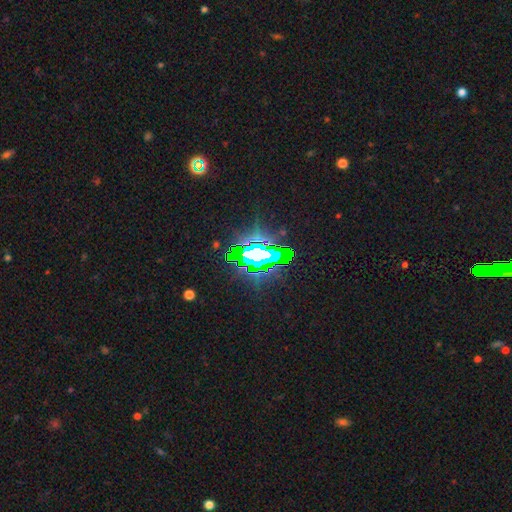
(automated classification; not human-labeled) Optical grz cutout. It shows a star or artifact, not a galaxy (74%).